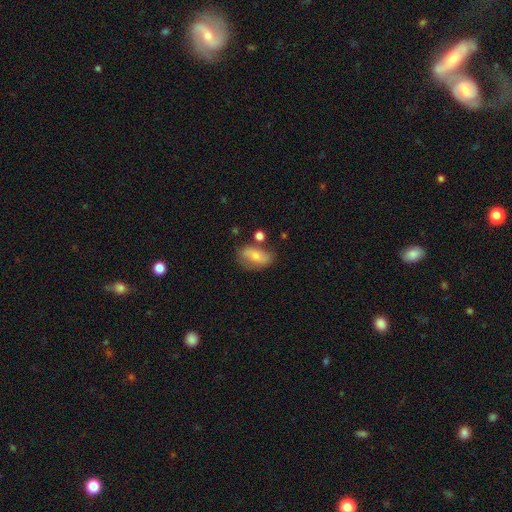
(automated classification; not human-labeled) smooth_or_featured: smooth (p=0.66) [alt: featured or disk p=0.26]
how_rounded: in between (p=0.88) [alt: round p=0.09]
merging: none (p=0.62) [alt: minor disturbance p=0.22]